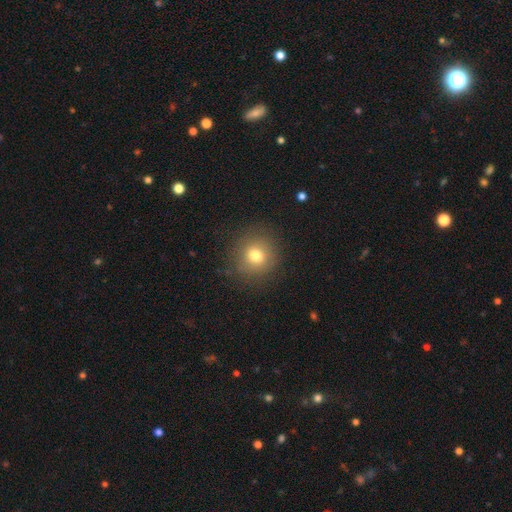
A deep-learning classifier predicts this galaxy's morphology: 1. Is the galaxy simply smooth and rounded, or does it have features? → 76% smooth, 13% star or artifact, 11% featured or disk.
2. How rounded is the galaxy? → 88% round, 11% in between, 1% cigar-shaped.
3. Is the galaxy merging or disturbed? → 86% none, 9% minor disturbance, 4% major disturbance, 1% merger.